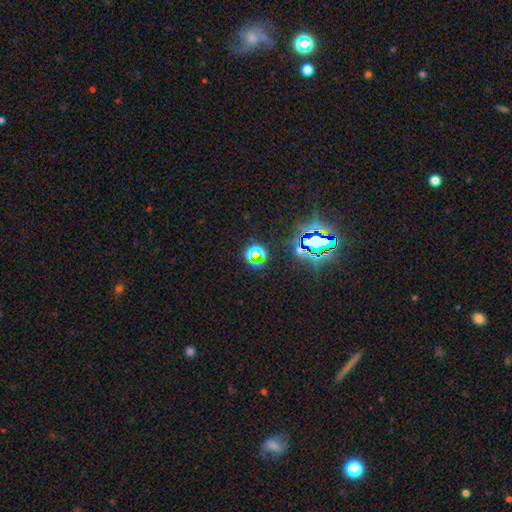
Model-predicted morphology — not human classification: The model was most divided on "smooth or featured": star or artifact: 70%, smooth: 21%, featured or disk: 9%.